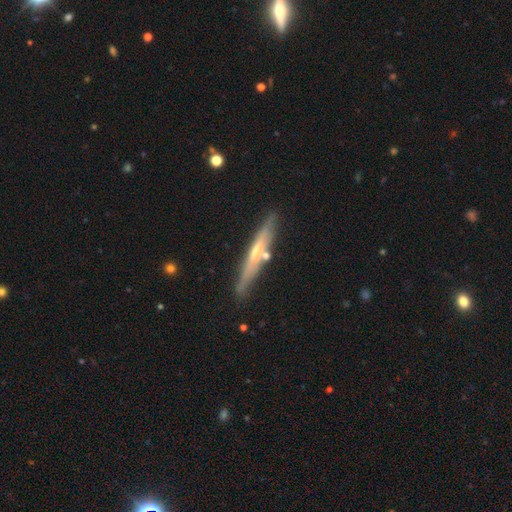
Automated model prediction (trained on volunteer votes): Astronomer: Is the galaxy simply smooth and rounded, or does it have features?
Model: featured or disk — 66%.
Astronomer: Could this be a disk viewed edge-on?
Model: yes — 94%.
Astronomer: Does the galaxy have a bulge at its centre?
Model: rounded — 64%.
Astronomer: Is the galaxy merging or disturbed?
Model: none — 84%.